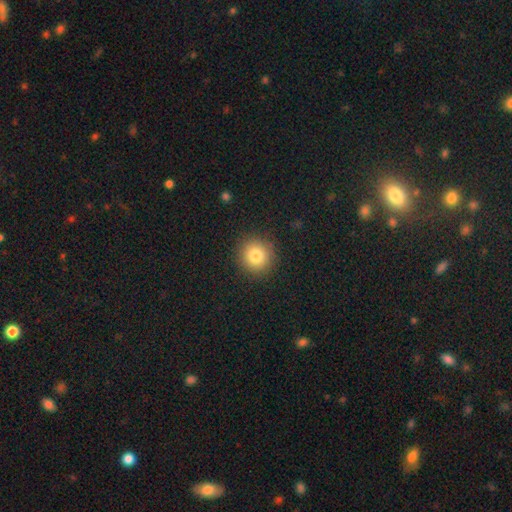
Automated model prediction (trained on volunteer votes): A smooth galaxy with no disk features (80%) that is round (93%). Merging: none (90%).